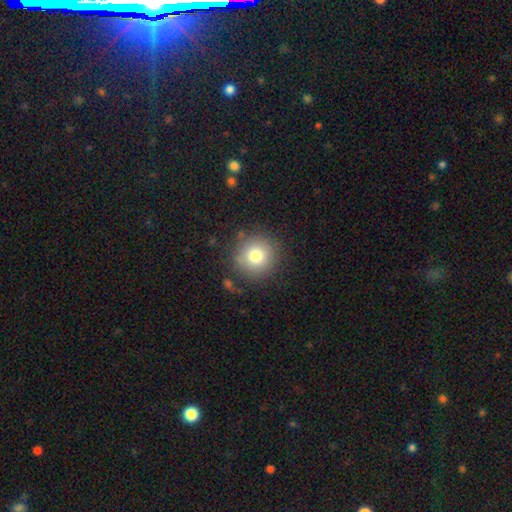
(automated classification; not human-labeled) Overall: smooth (78%). How rounded: round (94%). Merging: none (85%).